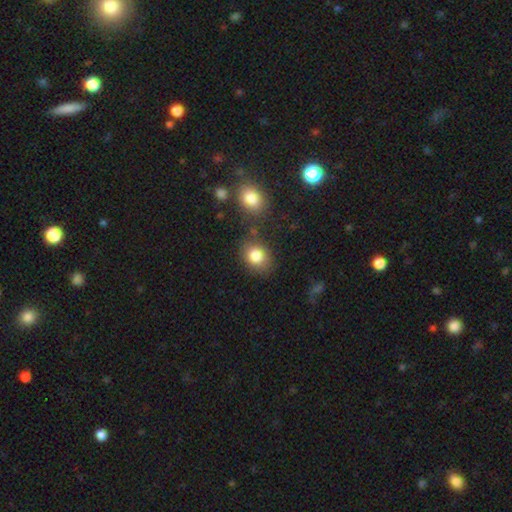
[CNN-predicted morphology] Smooth or featured: smooth — 84% (star or artifact — 9%)
How rounded: round — 55% (in between — 44%)
Merging: none — 72% (minor disturbance — 14%)